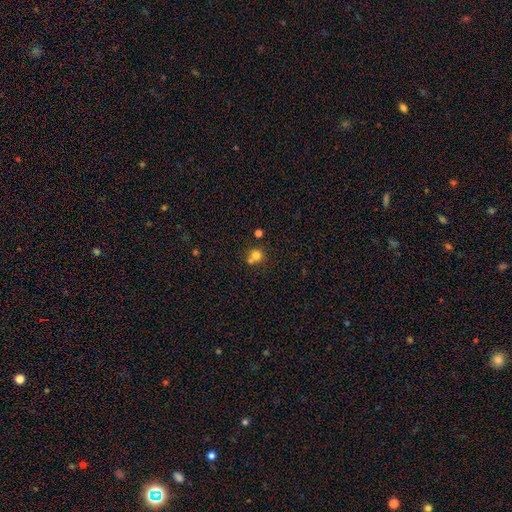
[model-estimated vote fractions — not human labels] Overall: smooth (77%). How rounded: round (87%). Merging: none (51%; merger 37%).